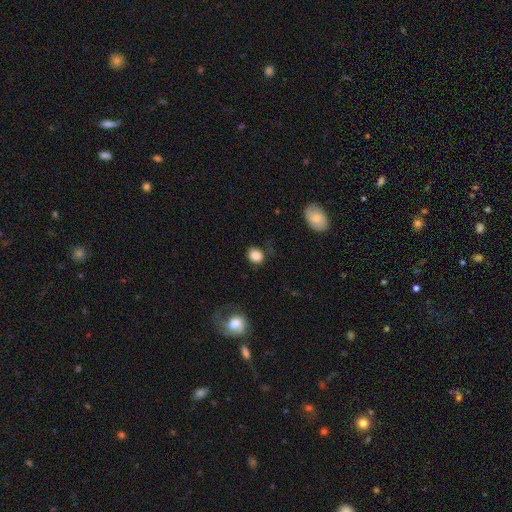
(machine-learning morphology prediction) Smooth or featured? Predicted: smooth (p=0.85). How rounded? Predicted: round (p=0.60). Merging? Predicted: none (p=0.69).